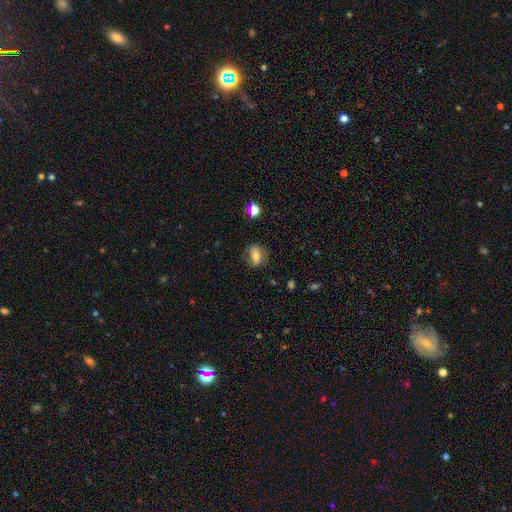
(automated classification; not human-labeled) smooth_or_featured: smooth (p=0.67) [alt: featured or disk p=0.23]
how_rounded: in between (p=0.69) [alt: round p=0.26]
merging: none (p=0.73) [alt: minor disturbance p=0.19]